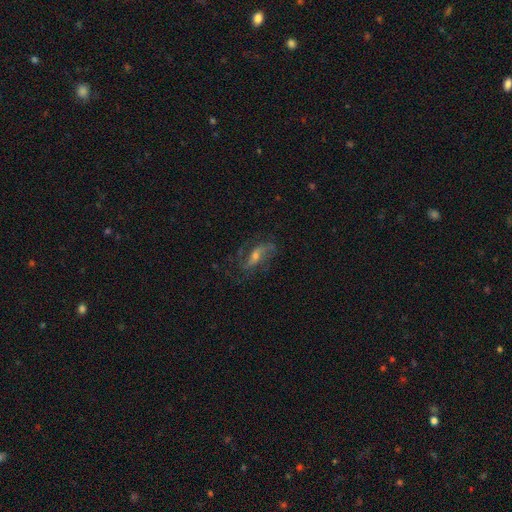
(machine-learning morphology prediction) Smooth or featured?
  - featured or disk: 75% *
  - smooth: 15%
  - star or artifact: 10%
Edge-on disk?
  - no: 88% *
  - yes: 12%
Bar?
  - weak: 40% *
  - no: 31%
  - strong: 29%
Spiral arms?
  - yes: 90% *
  - no: 10%
Spiral winding?
  - loose: 44% *
  - medium: 40%
  - tight: 16%
Spiral arm count?
  - 2: 77% *
  - can't tell: 11%
  - 1: 5%
  - 3: 4%
  - 4: 2%
  - more than 4: 2%
Bulge size?
  - moderate: 48% *
  - small: 43%
  - large: 4%
  - none: 4%
  - dominant: 1%
Merging?
  - none: 67% *
  - minor disturbance: 18%
  - major disturbance: 14%
  - merger: 2%